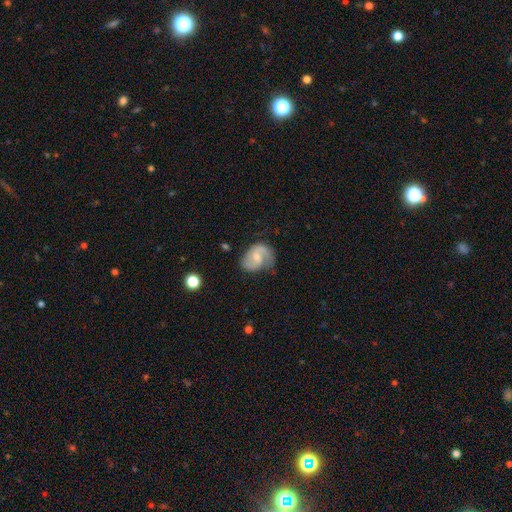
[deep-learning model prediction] A featured or disk galaxy (71%) with no bar (46%), 2 (77%) medium (46%) spiral arms (92%) and a moderate central bulge (49%).

Vote fractions:
- Smooth or featured? featured or disk: 71% / smooth: 23% / star or artifact: 7%
- Edge-on disk? no: 97% / yes: 3%
- Bar? no: 46% / weak: 45% / strong: 9%
- Spiral arms? yes: 92% / no: 8%
- Spiral winding? medium: 46% / loose: 30% / tight: 24%
- Spiral arm count? 2: 77% / 1: 13% / can't tell: 8% / 3: 1% / 4: 1% / more than 4: 1%
- Bulge size? moderate: 49% / small: 42% / none: 5% / large: 3% / dominant: 1%
- Merging? none: 62% / minor disturbance: 26% / major disturbance: 10% / merger: 2%